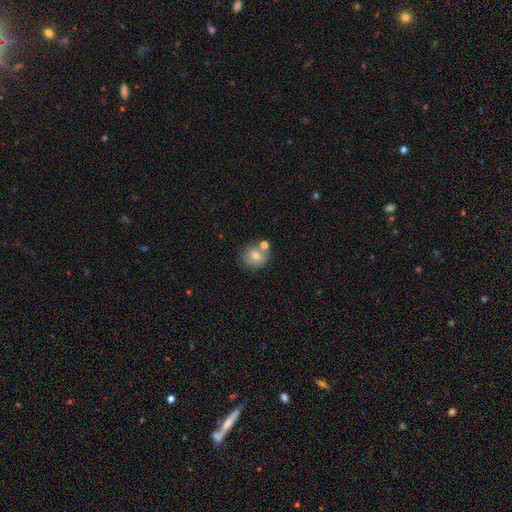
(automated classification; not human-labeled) smooth 72%, featured or disk 18%, star or artifact 10%. Down the decision tree: how rounded — round (83%); merging — none (64%).